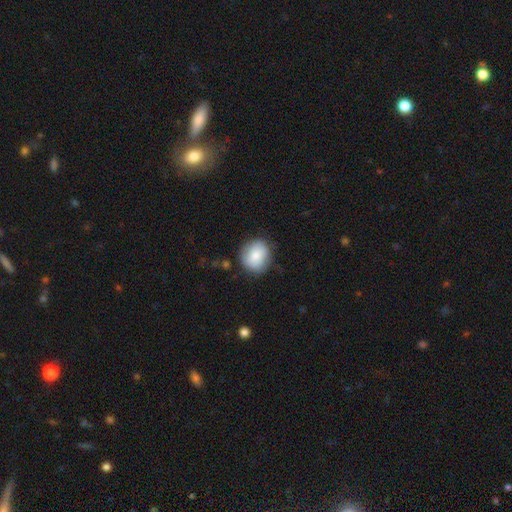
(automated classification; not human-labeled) The model was most divided on "how rounded": round: 79%, in between: 20%, cigar-shaped: 1%. More confident: smooth or featured — smooth (80%); merging — none (79%).